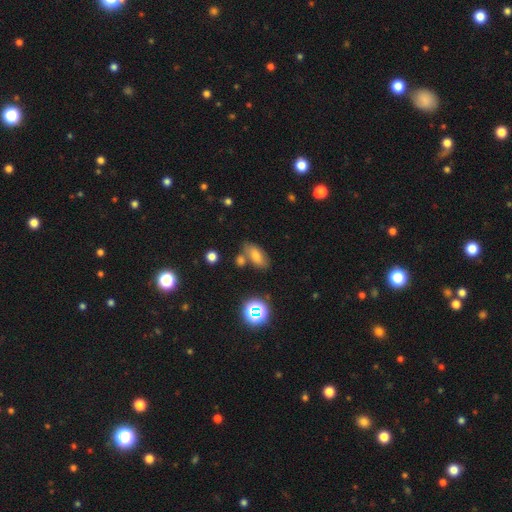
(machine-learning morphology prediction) smooth-or-featured: smooth: 69% | star or artifact: 16% | featured or disk: 15%
  how-rounded: in between: 85% | cigar-shaped: 8% | round: 7%
  merging: none: 62% | merger: 18% | minor disturbance: 15% | major disturbance: 5%